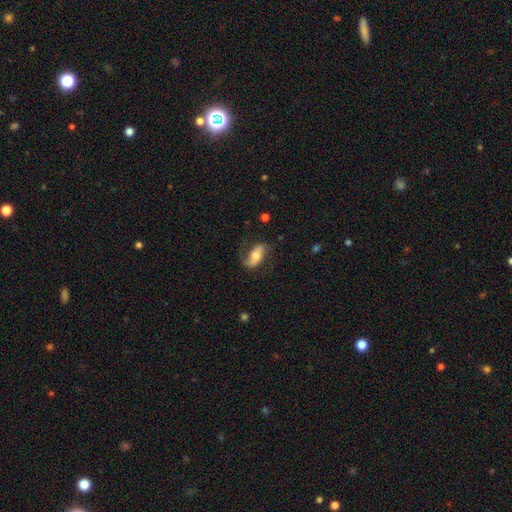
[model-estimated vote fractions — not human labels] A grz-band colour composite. It shows a featured or disk galaxy (63%) with no bar (44%), 2 (82%) loose (59%) spiral arms (88%) and a moderate central bulge (62%). Merging: none (67%).